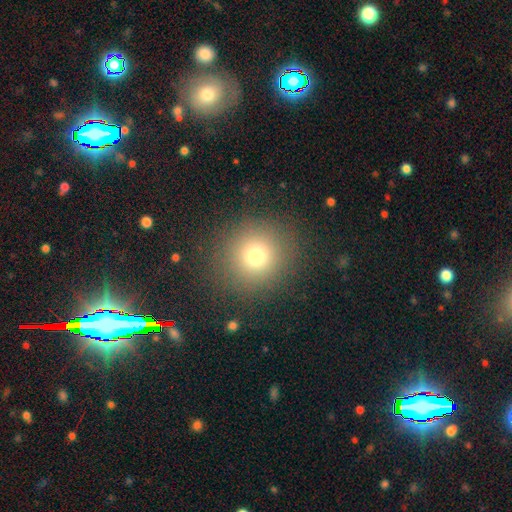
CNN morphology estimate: Overall: smooth (74%). How rounded: round (92%). Merging: none (88%).